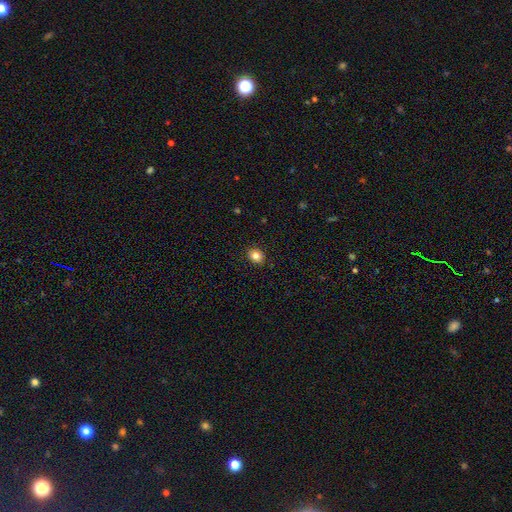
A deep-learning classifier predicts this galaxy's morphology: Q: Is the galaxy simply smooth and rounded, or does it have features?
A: smooth — 83%.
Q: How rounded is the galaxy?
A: round — 55%.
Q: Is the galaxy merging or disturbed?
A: none — 90%.